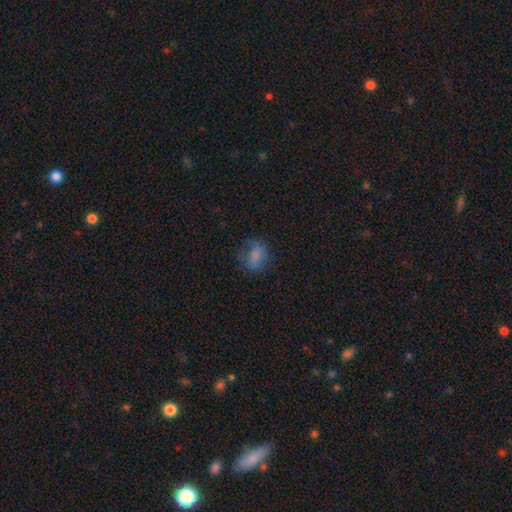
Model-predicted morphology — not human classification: A smooth galaxy with no disk features (71%) that is in between round and cigar-shaped (61%).

Vote fractions:
- Smooth or featured? smooth: 71% / featured or disk: 15% / star or artifact: 13%
- How rounded? in between: 61% / round: 37% / cigar-shaped: 2%
- Merging? none: 59% / minor disturbance: 22% / major disturbance: 17% / merger: 2%